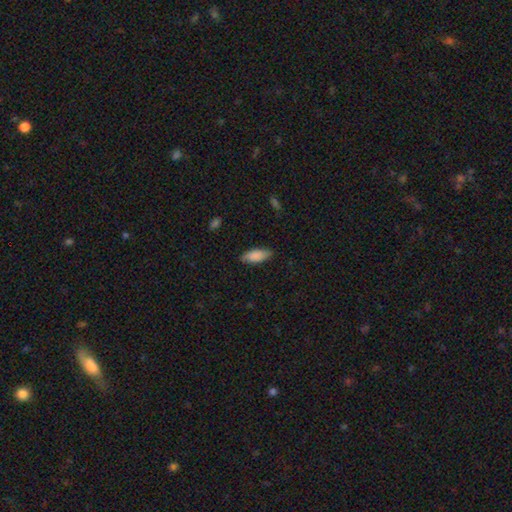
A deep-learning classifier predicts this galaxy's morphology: Overall: smooth (86%). How rounded: in between (82%). Merging: none (83%).